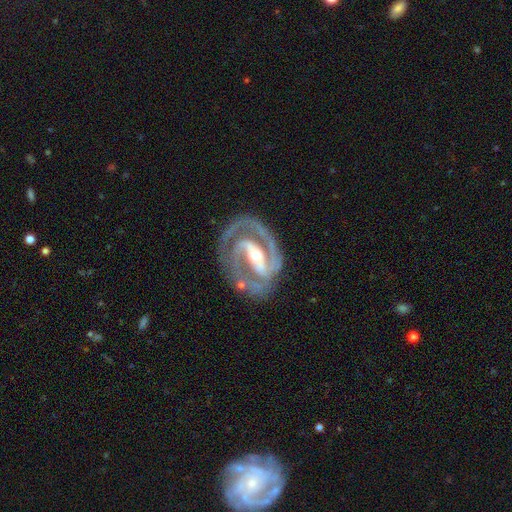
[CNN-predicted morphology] This appears to be a featured or disk galaxy (92%) with a strong bar (68%), 2 (88%) tight (54%) spiral arms (98%) and a moderate central bulge (52%). Merging: none (76%).